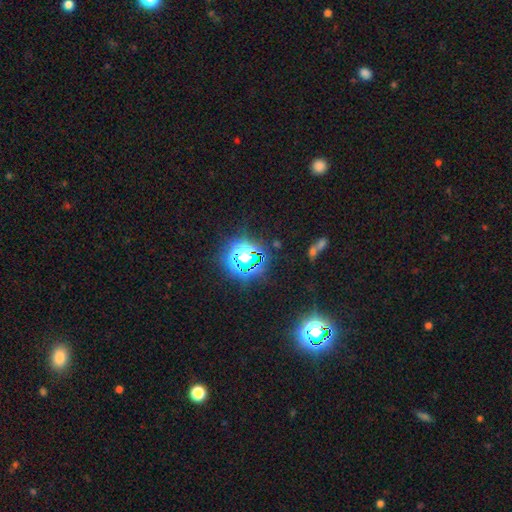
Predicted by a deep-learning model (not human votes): smooth_or_featured: star or artifact (p=0.73) [alt: smooth p=0.18]